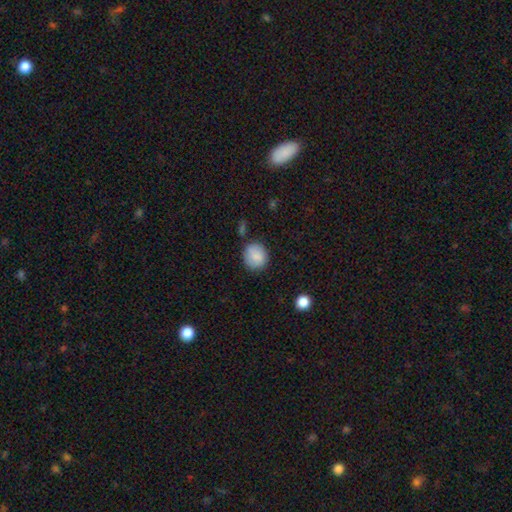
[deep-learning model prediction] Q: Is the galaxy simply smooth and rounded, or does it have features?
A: smooth — 86%.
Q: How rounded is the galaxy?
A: round — 81%.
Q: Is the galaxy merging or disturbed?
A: none — 78%.